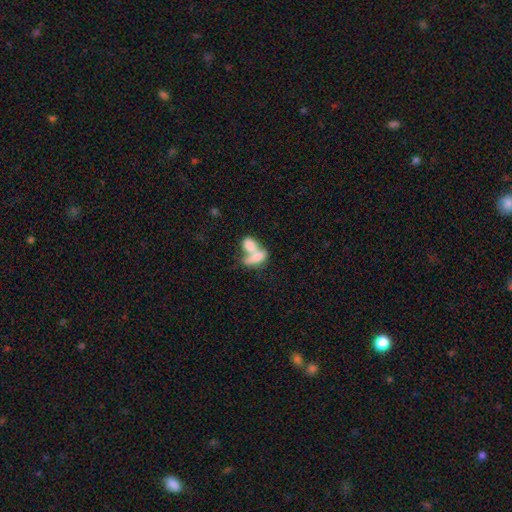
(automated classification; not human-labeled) Overall: smooth (69%). How rounded: in between (79%). Merging: merger (73%).